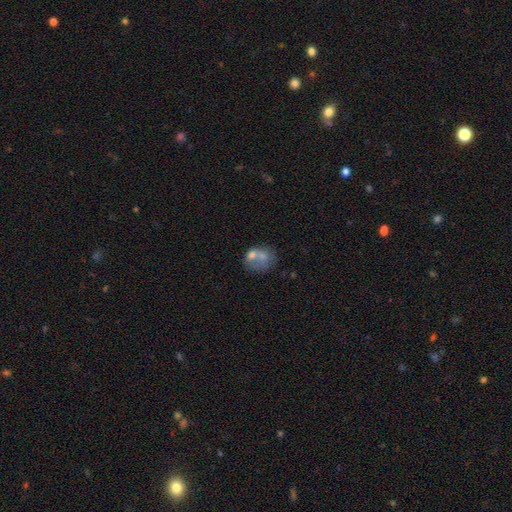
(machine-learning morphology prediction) Smooth or featured? Predicted: smooth (p=0.63). How rounded? Predicted: round (p=0.54). Merging? Predicted: merger (p=0.48).